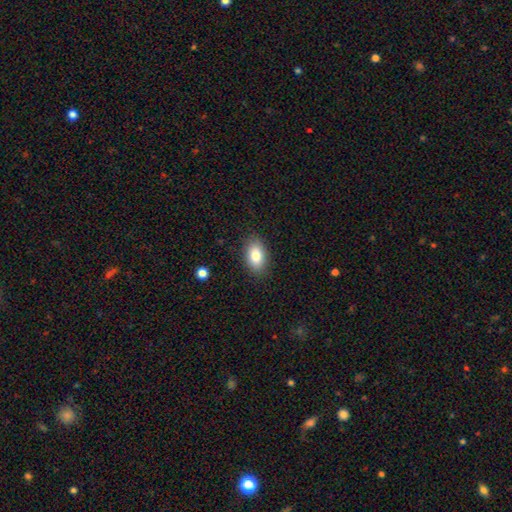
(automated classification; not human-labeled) smooth 83%, featured or disk 9%, star or artifact 8%. Down the decision tree: how rounded — in between (90%); merging — none (86%).